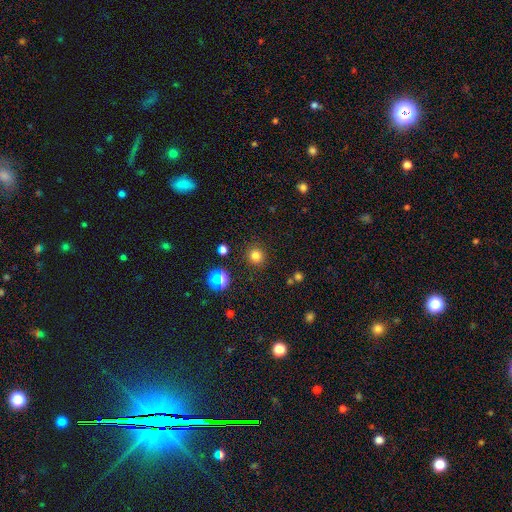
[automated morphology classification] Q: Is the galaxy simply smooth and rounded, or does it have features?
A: smooth — 77%.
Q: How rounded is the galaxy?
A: round — 92%.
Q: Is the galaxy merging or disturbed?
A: none — 89%.